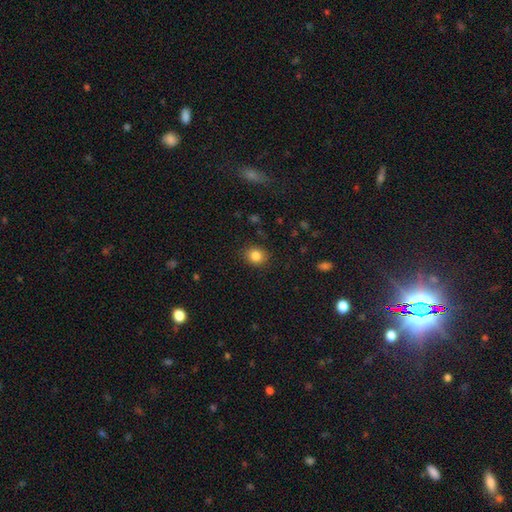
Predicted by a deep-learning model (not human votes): A smooth galaxy with no disk features (84%) that is round (70%). Merging: none (87%).